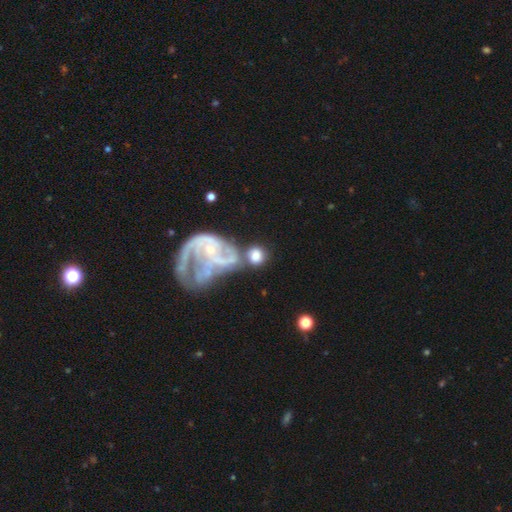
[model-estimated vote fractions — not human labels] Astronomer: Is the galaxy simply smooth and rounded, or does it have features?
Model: smooth — 60%.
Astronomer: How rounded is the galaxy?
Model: round — 73%.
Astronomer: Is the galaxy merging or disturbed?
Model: none — 48% (runner-up: merger, 26%).